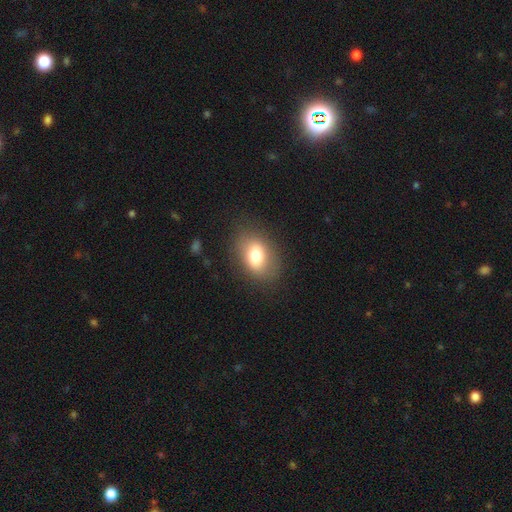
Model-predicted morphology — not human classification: smooth_or_featured: smooth (p=0.75) [alt: featured or disk p=0.15]
how_rounded: in between (p=0.76) [alt: round p=0.22]
merging: none (p=0.80) [alt: minor disturbance p=0.13]